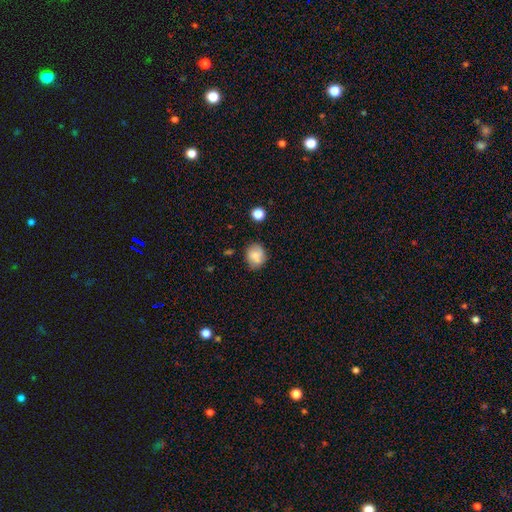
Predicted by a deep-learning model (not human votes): This is likely a smooth galaxy (71%). How rounded: likely round (66%). Merging: likely none (73%).